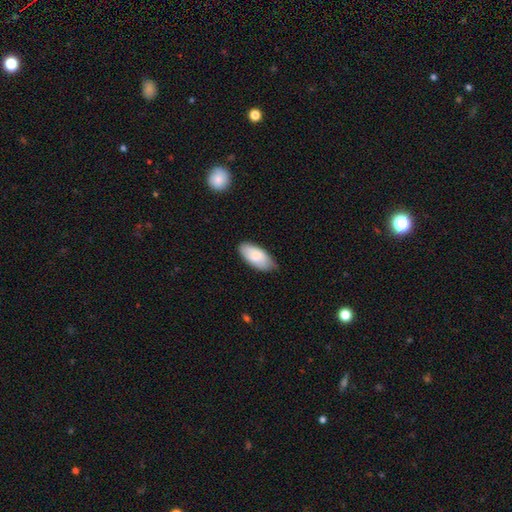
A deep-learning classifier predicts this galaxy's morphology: The model was most divided on "merging": none: 72%, minor disturbance: 23%, major disturbance: 3%, merger: 1%. More confident: how rounded — in between (92%); smooth or featured — smooth (79%).